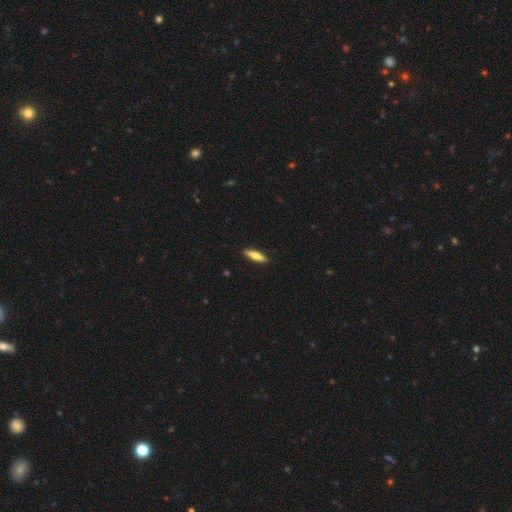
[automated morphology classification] The model was most divided on "how rounded": cigar-shaped: 72%, in between: 26%, round: 2%. More confident: merging — none (90%); smooth or featured — smooth (76%).